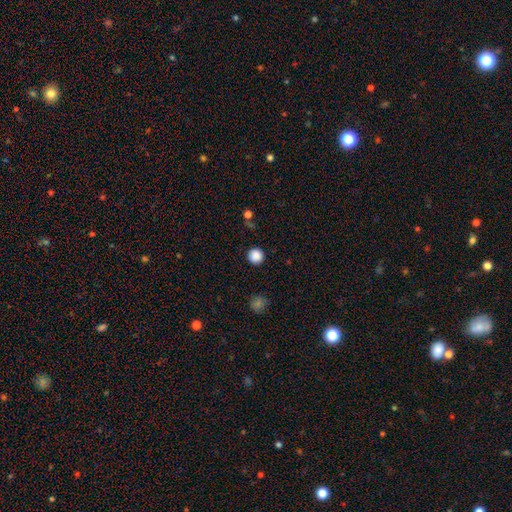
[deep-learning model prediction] This appears to be a smooth galaxy with no disk features (87%) that is round (96%). Merging: none (92%).